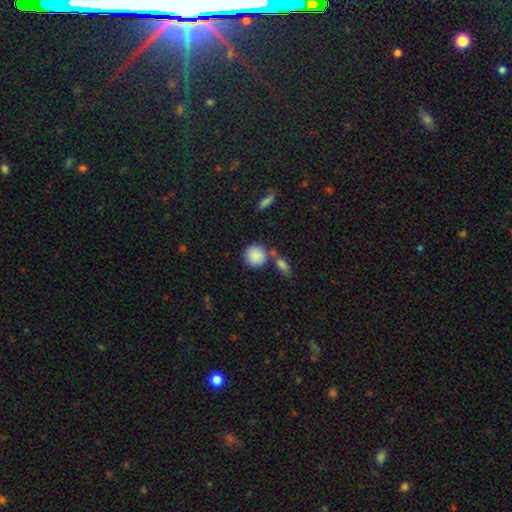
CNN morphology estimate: Overall: smooth (87%). How rounded: round (88%). Merging: none (63%).